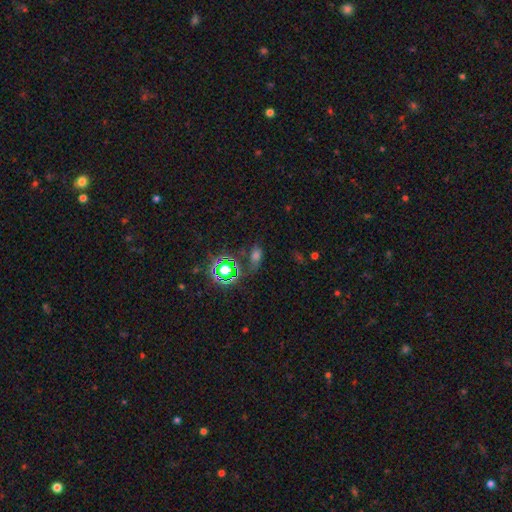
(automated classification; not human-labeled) smooth-or-featured: smooth: 48% | star or artifact: 40% | featured or disk: 12%
  merging: none: 61% | minor disturbance: 19% | major disturbance: 13% | merger: 7%